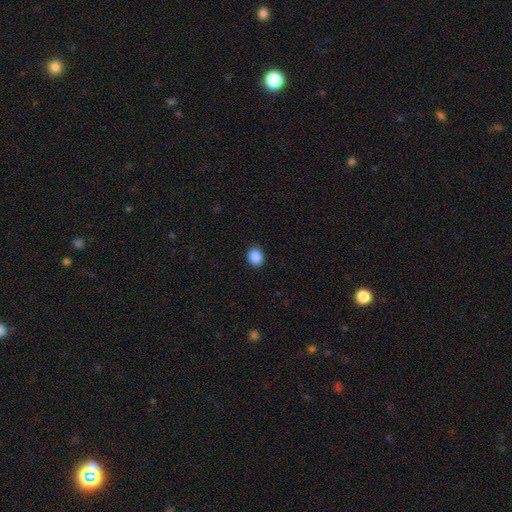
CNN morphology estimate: type=smooth (89%); roundness=round (70%); merging=none (90%).